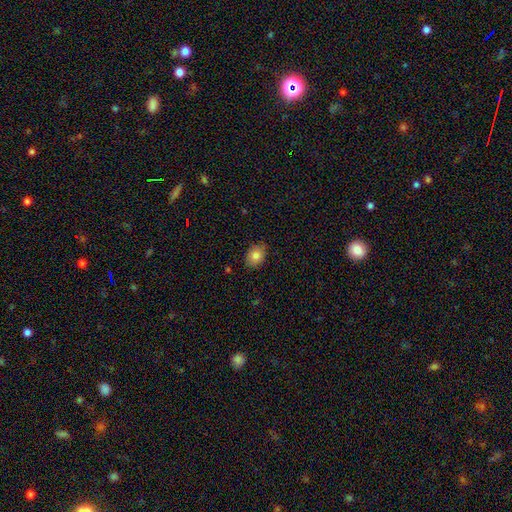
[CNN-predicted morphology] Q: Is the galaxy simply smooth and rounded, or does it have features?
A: smooth — 82%.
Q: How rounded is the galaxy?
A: in between — 71%.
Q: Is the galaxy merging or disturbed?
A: none — 84%.